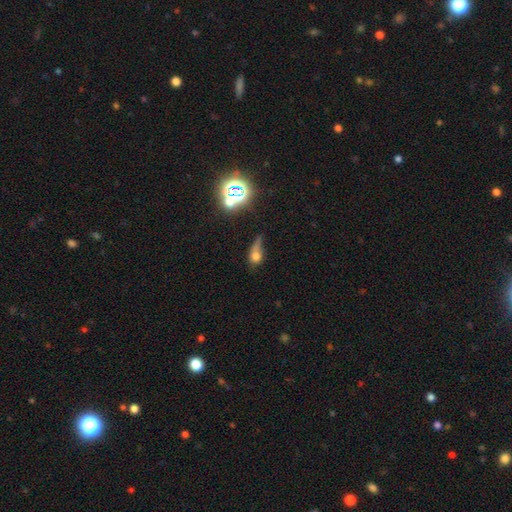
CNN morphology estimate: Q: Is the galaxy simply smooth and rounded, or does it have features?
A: smooth — 59%.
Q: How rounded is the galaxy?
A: in between — 48%.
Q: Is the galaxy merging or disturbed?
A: major disturbance — 36%.